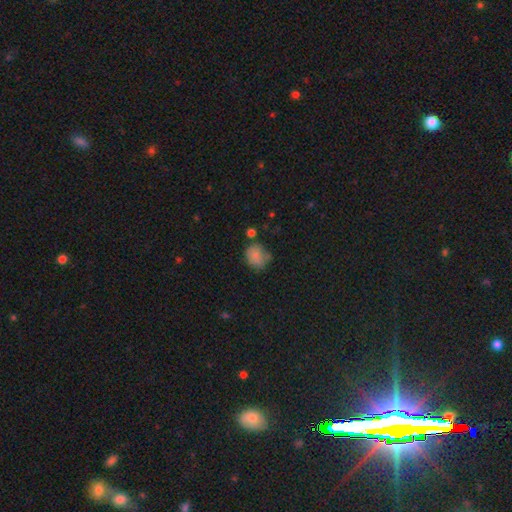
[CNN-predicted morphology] smooth_or_featured: smooth (p=0.79) [alt: star or artifact p=0.11]
how_rounded: round (p=0.63) [alt: in between p=0.36]
merging: none (p=0.54) [alt: minor disturbance p=0.28]